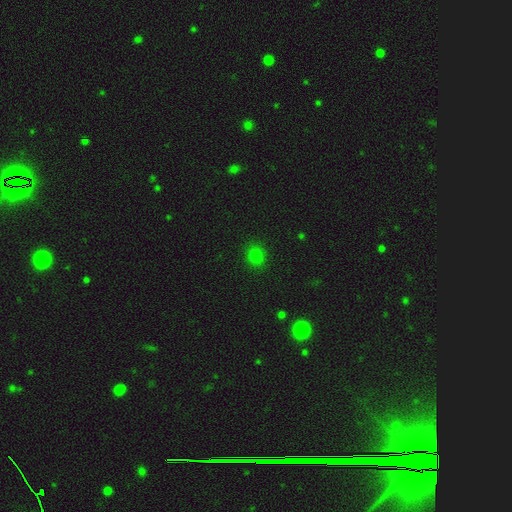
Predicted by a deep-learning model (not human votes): The model was most divided on "how rounded": round: 78%, in between: 21%, cigar-shaped: 1%. More confident: merging — none (89%); smooth or featured — smooth (78%).